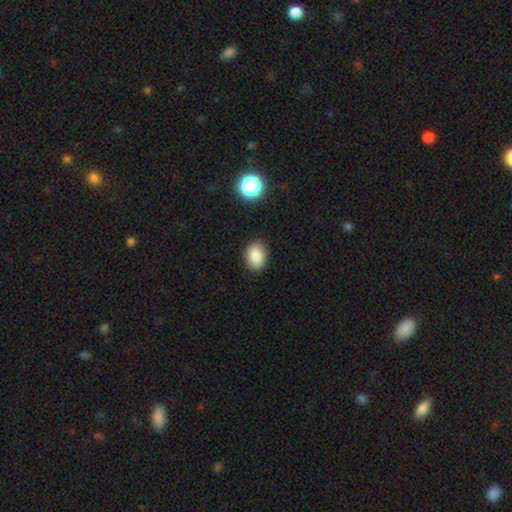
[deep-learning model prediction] smooth-or-featured: smooth: 85% | star or artifact: 9% | featured or disk: 6%
  how-rounded: in between: 71% | round: 28% | cigar-shaped: 1%
  merging: none: 88% | minor disturbance: 9% | major disturbance: 2% | merger: 1%